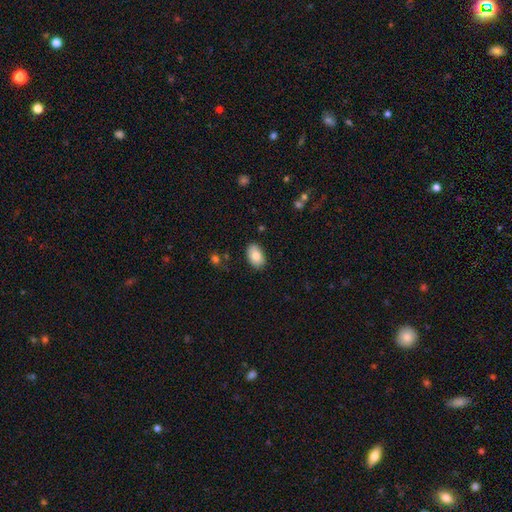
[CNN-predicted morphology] A smooth galaxy with no disk features (83%) that is in between round and cigar-shaped (91%).

Vote fractions:
- Smooth or featured? smooth: 83% / featured or disk: 10% / star or artifact: 7%
- How rounded? in between: 91% / round: 8% / cigar-shaped: 1%
- Merging? none: 85% / minor disturbance: 12% / major disturbance: 2% / merger: 1%